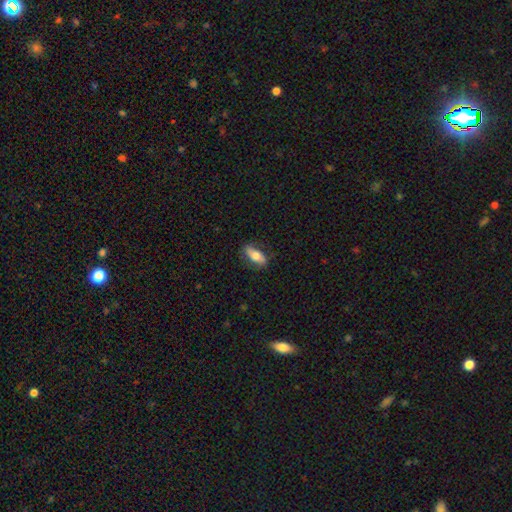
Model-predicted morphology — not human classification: type=smooth (64%); roundness=in between (72%); merging=none (78%).